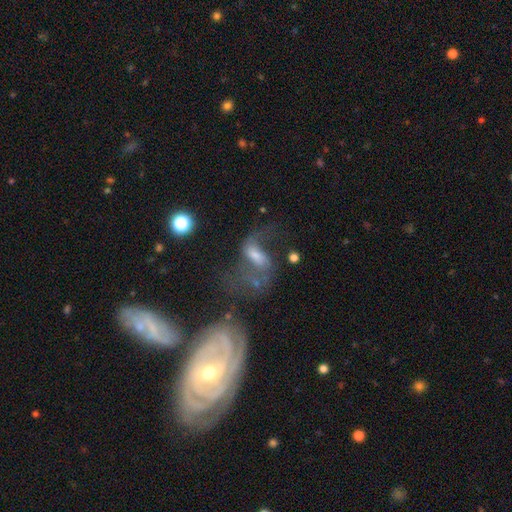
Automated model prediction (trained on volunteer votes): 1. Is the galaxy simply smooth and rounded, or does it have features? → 59% featured or disk, 26% smooth, 14% star or artifact.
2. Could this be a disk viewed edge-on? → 94% no, 6% yes.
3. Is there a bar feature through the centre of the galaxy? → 44% weak, 32% no, 24% strong.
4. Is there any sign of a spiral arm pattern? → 75% yes, 25% no.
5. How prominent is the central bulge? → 40% moderate, 34% small, 14% none, 10% large, 2% dominant.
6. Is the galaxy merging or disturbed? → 35% major disturbance, 31% none, 19% merger, 15% minor disturbance.